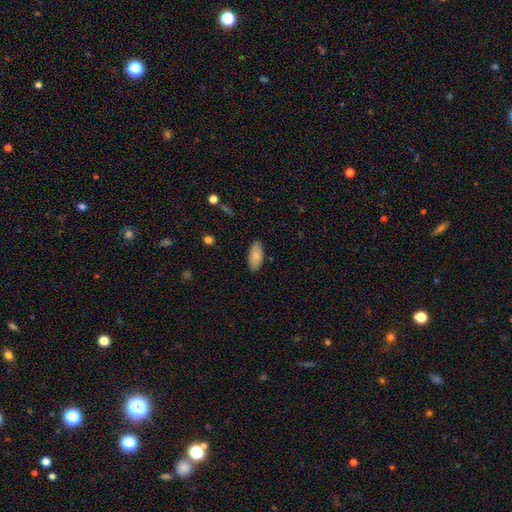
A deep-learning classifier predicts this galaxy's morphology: Smooth or featured?
  - smooth: 86% *
  - featured or disk: 8%
  - star or artifact: 6%
How rounded?
  - in between: 87% *
  - cigar-shaped: 11%
  - round: 2%
Merging?
  - none: 87% *
  - minor disturbance: 10%
  - major disturbance: 2%
  - merger: 1%